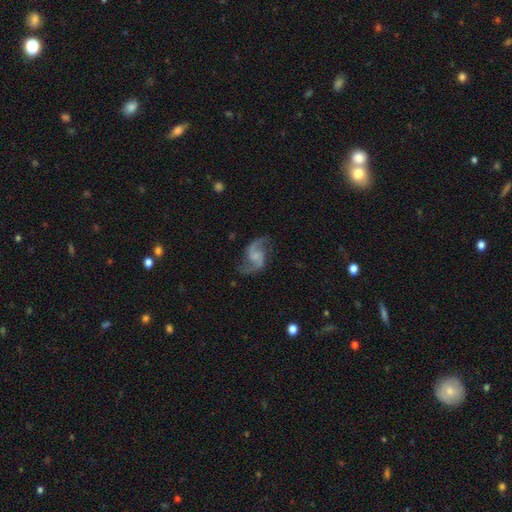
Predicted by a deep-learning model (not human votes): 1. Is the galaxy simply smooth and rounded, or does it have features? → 89% featured or disk, 6% smooth, 5% star or artifact.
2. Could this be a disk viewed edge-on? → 98% no, 2% yes.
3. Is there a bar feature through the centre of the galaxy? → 49% no, 41% weak, 9% strong.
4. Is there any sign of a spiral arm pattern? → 97% yes, 3% no.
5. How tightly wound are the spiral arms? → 55% loose, 38% medium, 6% tight.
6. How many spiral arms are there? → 94% 2, 2% can't tell, 1% 1, 1% 3, 1% 4, 1% more than 4.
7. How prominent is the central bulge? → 41% small, 34% none, 20% moderate, 3% large, 1% dominant.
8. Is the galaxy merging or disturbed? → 76% none, 15% minor disturbance, 8% major disturbance, 2% merger.